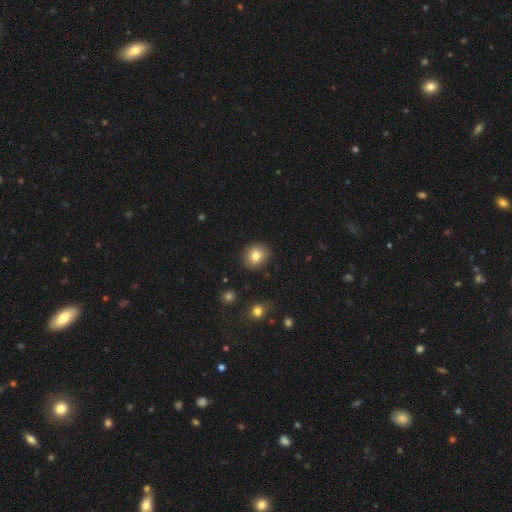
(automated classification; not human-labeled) Morphology: type=smooth (81%); roundness=round (71%); merging=none (87%).